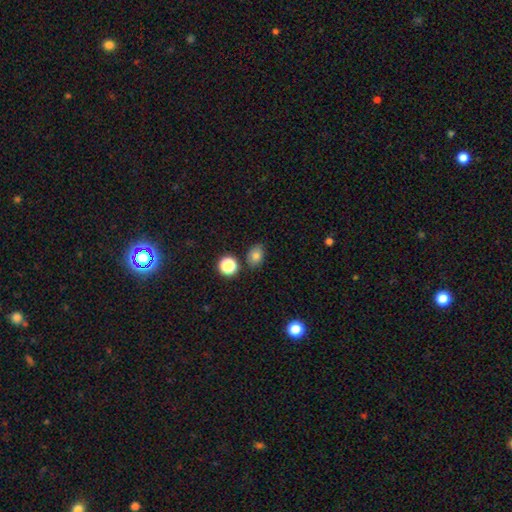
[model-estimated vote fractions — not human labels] A smooth galaxy with no disk features (78%) that is in between round and cigar-shaped (62%).

Vote fractions:
- Smooth or featured? smooth: 78% / star or artifact: 14% / featured or disk: 8%
- How rounded? in between: 62% / round: 37% / cigar-shaped: 1%
- Merging? none: 77% / minor disturbance: 15% / merger: 5% / major disturbance: 3%